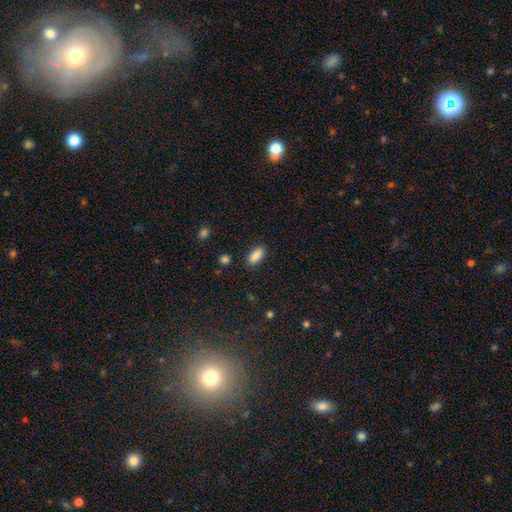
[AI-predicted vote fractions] Smooth or featured? smooth (88%)
How rounded? in between (80%)
Merging? none (88%)